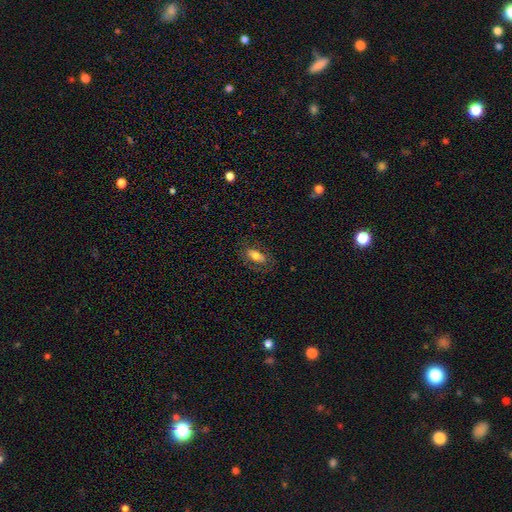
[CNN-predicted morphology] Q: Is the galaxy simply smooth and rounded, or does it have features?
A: smooth — 67%.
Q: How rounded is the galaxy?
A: in between — 86%.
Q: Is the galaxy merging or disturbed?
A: none — 76%.